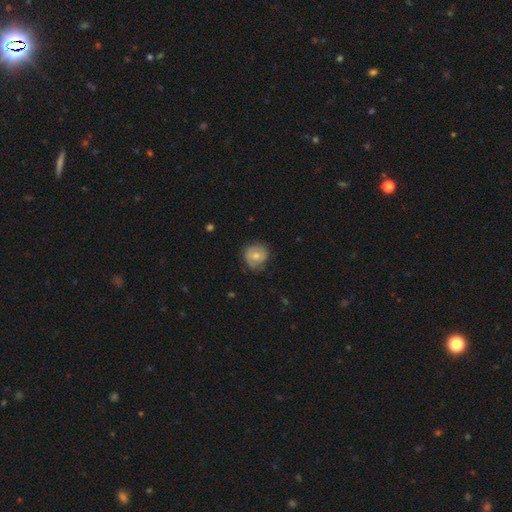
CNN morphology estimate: smooth-or-featured: smooth: 58% | featured or disk: 35% | star or artifact: 7%
  how-rounded: round: 88% | in between: 11% | cigar-shaped: 1%
  merging: none: 75% | minor disturbance: 19% | major disturbance: 4% | merger: 1%